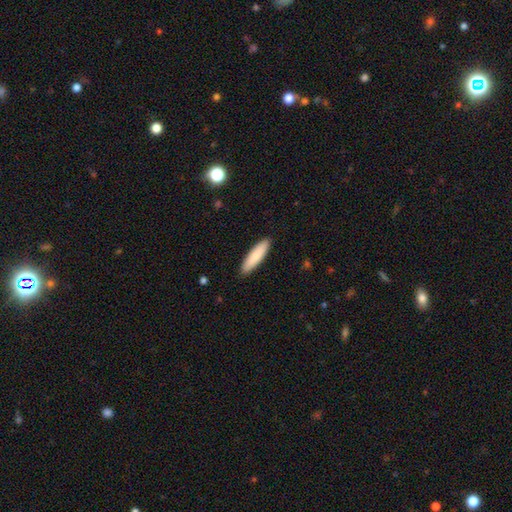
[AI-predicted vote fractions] A smooth galaxy with no disk features (85%) that is cigar-shaped (69%).

Vote fractions:
- Smooth or featured? smooth: 85% / featured or disk: 9% / star or artifact: 5%
- How rounded? cigar-shaped: 69% / in between: 29% / round: 1%
- Merging? none: 90% / minor disturbance: 7% / major disturbance: 1% / merger: 1%